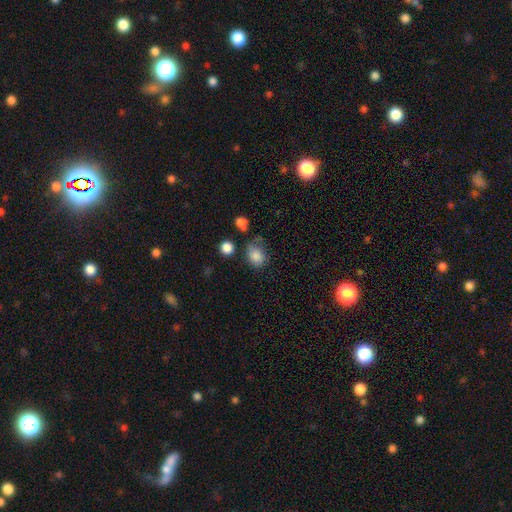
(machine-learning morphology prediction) Smooth or featured: smooth — 83% (star or artifact — 10%)
How rounded: in between — 53% (round — 46%)
Merging: none — 48% (minor disturbance — 30%)